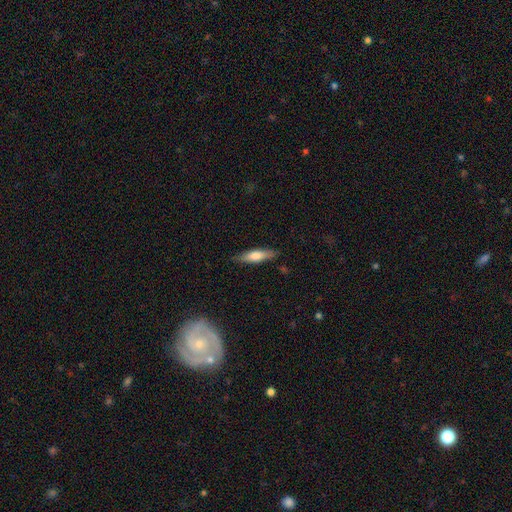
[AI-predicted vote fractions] smooth_or_featured: smooth (p=0.58) [alt: featured or disk p=0.35]
how_rounded: cigar-shaped (p=0.71) [alt: in between p=0.28]
merging: none (p=0.84) [alt: minor disturbance p=0.12]